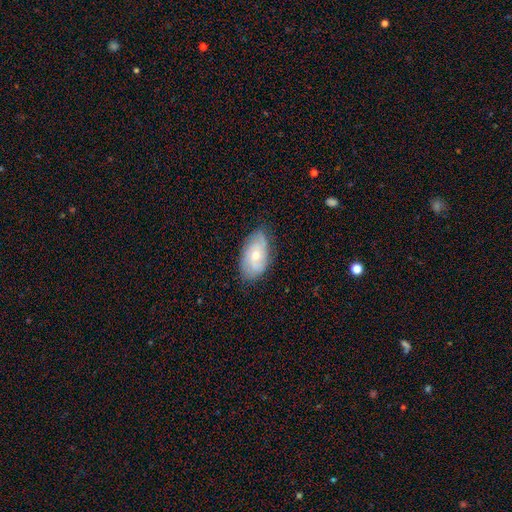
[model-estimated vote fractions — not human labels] The model was most divided on "smooth or featured": featured or disk: 53%, smooth: 40%, star or artifact: 7%. More confident: edge-on disk — no (93%); merging — none (72%).